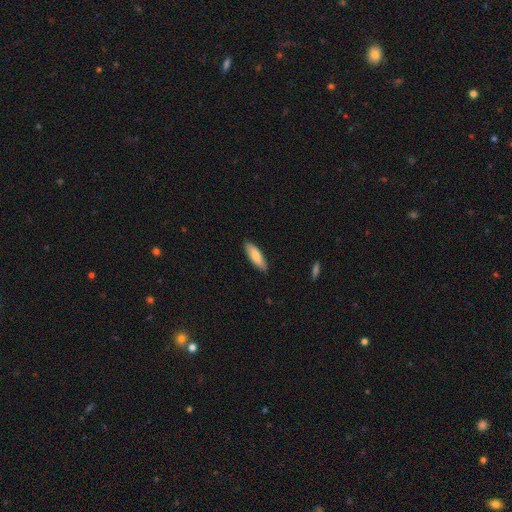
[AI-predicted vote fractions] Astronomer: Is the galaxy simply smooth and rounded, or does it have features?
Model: smooth — 80%.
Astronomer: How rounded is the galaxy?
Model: in between — 53% (runner-up: cigar-shaped, 45%).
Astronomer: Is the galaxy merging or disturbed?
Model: none — 88%.